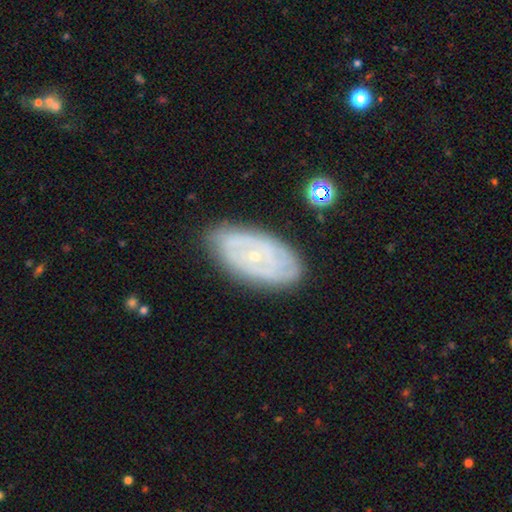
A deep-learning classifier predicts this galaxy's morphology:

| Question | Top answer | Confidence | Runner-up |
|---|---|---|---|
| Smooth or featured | featured or disk | 74% | smooth (19%) |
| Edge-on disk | no | 93% | yes (7%) |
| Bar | no | 76% | weak (19%) |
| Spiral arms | yes | 76% | no (24%) |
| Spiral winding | tight | 71% | medium (22%) |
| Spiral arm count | can't tell | 51% | 2 (25%) |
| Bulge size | small | 76% | moderate (21%) |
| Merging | none | 80% | minor disturbance (15%) |